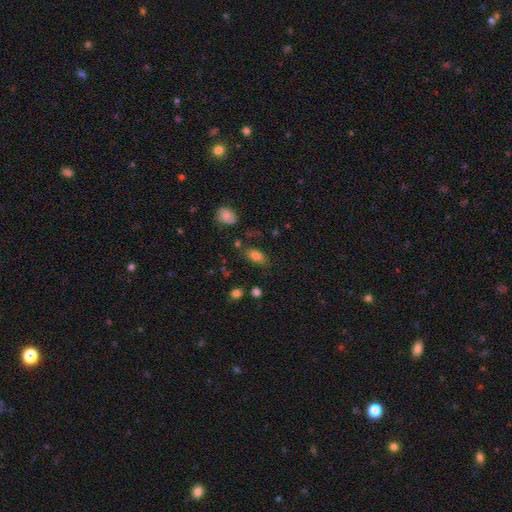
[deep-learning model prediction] Q: Smooth or featured?
A: smooth (82%); runner-up: star or artifact (9%)
Q: How rounded?
A: in between (89%); runner-up: round (6%)
Q: Merging?
A: none (75%); runner-up: minor disturbance (16%)